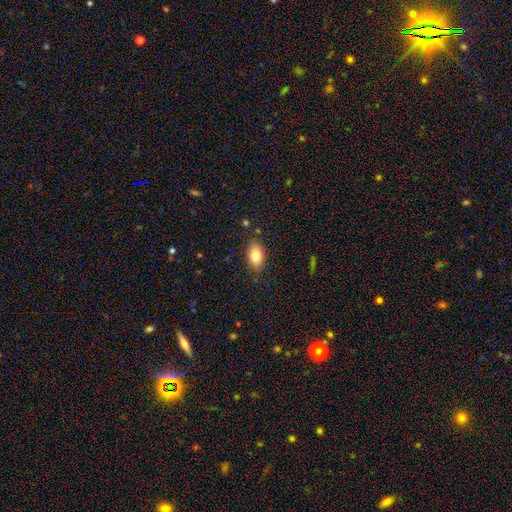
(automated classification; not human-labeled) The model was most divided on "smooth or featured": smooth: 82%, featured or disk: 10%, star or artifact: 8%. More confident: how rounded — in between (90%); merging — none (85%).